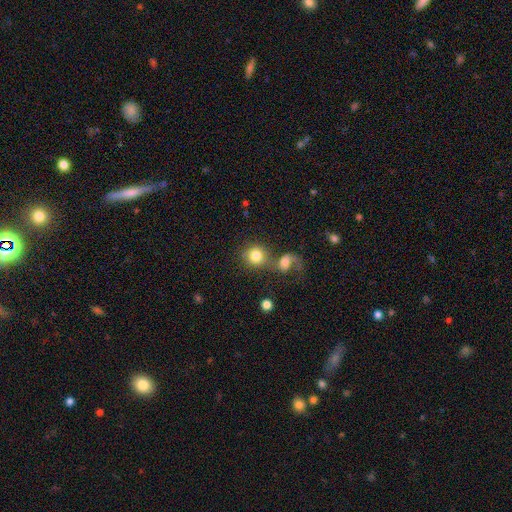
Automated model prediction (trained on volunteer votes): Smooth or featured?
  - smooth: 77% *
  - featured or disk: 14%
  - star or artifact: 9%
How rounded?
  - round: 87% *
  - in between: 12%
  - cigar-shaped: 1%
Merging?
  - none: 42% * (tied)
  - merger: 42% * (tied)
  - minor disturbance: 9%
  - major disturbance: 8%